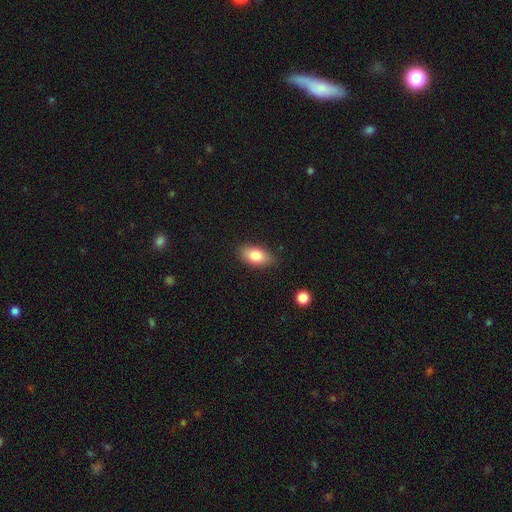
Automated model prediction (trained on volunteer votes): The model was most divided on "smooth or featured": smooth: 81%, featured or disk: 11%, star or artifact: 7%. More confident: how rounded — in between (90%); merging — none (84%).